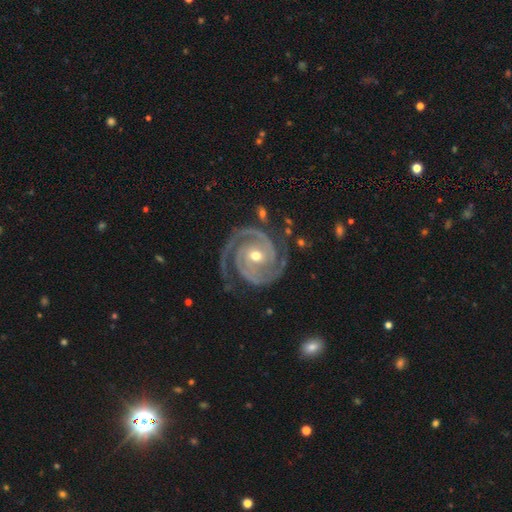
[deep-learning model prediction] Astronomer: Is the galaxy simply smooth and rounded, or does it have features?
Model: featured or disk — 94%.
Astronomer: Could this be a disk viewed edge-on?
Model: no — 98%.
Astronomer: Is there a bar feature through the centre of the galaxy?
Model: no — 57%.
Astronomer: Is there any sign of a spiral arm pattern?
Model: yes — 99%.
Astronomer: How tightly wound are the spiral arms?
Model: tight — 70%.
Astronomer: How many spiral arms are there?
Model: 2 — 89%.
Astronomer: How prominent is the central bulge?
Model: moderate — 64%.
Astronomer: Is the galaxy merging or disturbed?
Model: none — 79%.